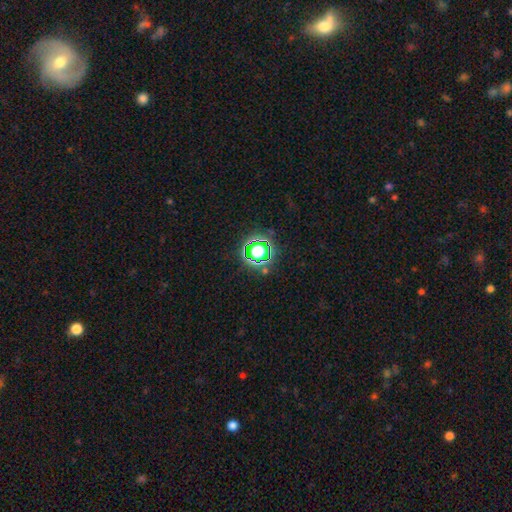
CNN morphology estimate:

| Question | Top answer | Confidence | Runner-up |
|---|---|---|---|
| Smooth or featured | star or artifact | 54% | smooth (34%) |